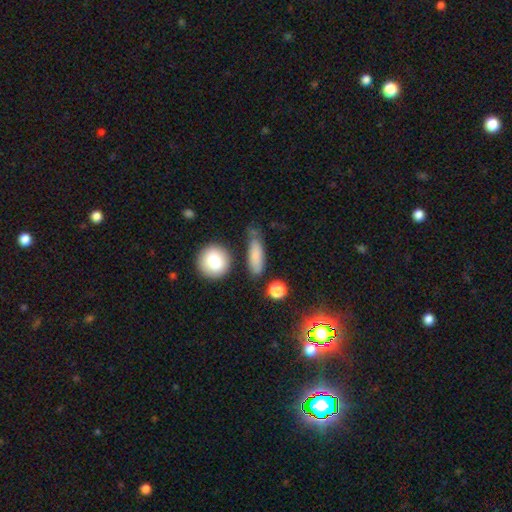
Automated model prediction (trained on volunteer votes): Smooth or featured?
  - smooth: 80% *
  - featured or disk: 11%
  - star or artifact: 9%
How rounded?
  - in between: 49% *
  - cigar-shaped: 40%
  - round: 10%
Merging?
  - none: 64% *
  - minor disturbance: 22%
  - merger: 7%
  - major disturbance: 7%